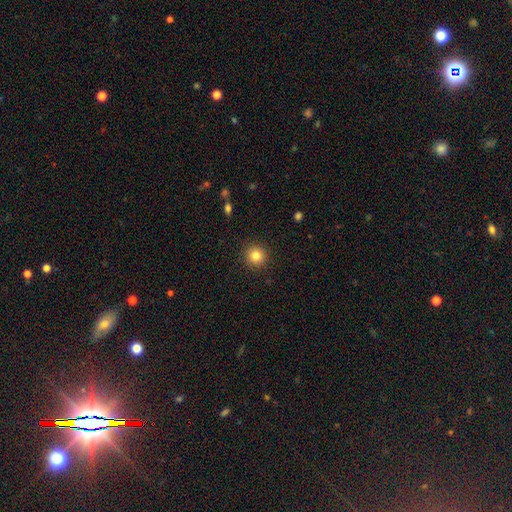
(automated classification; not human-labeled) This appears to be a smooth galaxy with no disk features (83%) that is round (93%). Merging: none (92%).